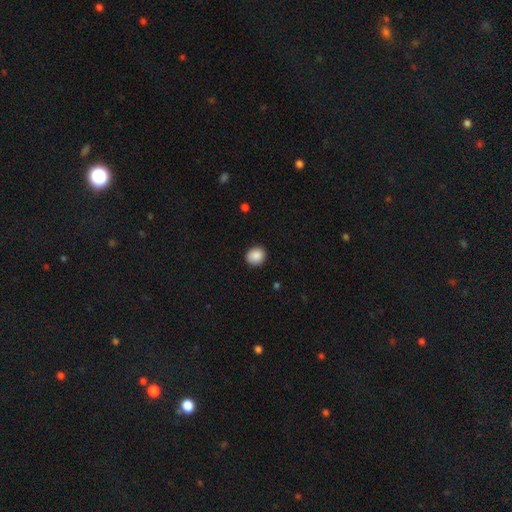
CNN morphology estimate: Q: Smooth or featured?
A: smooth (88%); runner-up: star or artifact (8%)
Q: How rounded?
A: round (79%); runner-up: in between (20%)
Q: Merging?
A: none (89%); runner-up: minor disturbance (8%)